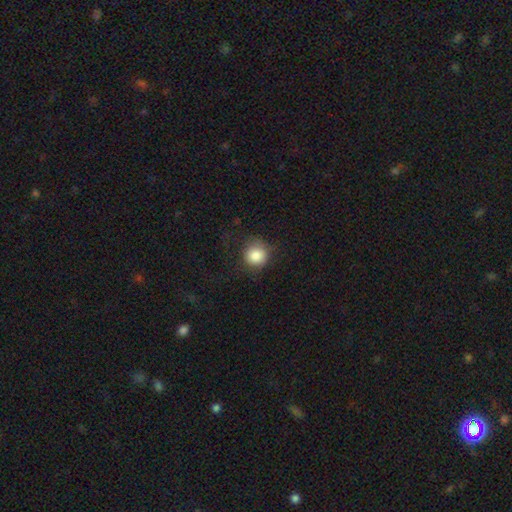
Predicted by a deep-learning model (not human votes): Morphology: type=smooth (85%); roundness=round (91%); merging=none (73%).